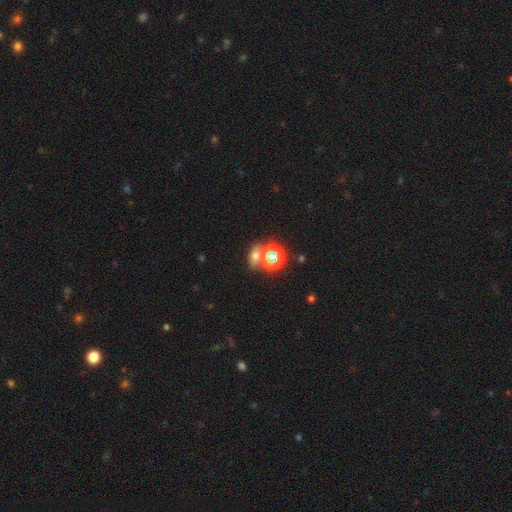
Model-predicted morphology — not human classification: The model was most divided on "smooth or featured": smooth: 45%, star or artifact: 39%, featured or disk: 16%. More confident: merging — none (61%).